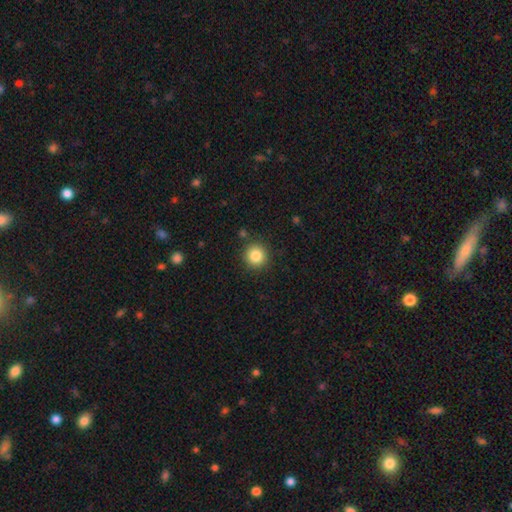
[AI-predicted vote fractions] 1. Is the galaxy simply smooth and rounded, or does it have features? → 85% smooth, 10% star or artifact, 5% featured or disk.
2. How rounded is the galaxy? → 94% round, 5% in between, 1% cigar-shaped.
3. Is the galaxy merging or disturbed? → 89% none, 7% minor disturbance, 2% major disturbance, 2% merger.